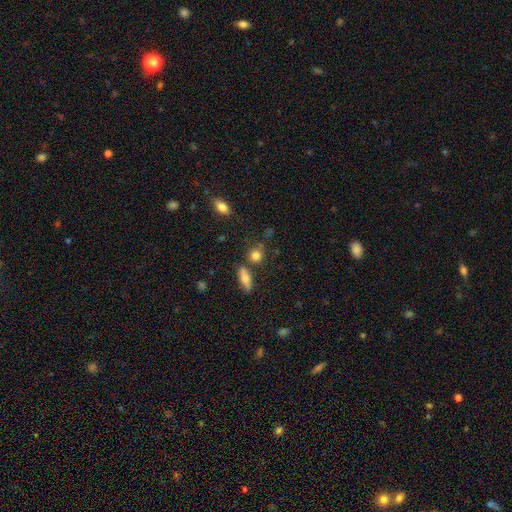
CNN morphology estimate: The model was most divided on "merging": none: 67%, merger: 15%, minor disturbance: 14%, major disturbance: 5%. More confident: smooth or featured — smooth (80%); how rounded — round (74%).